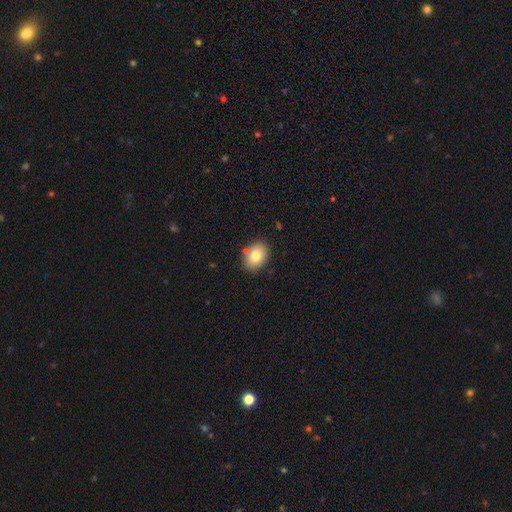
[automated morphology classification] Smooth or featured: smooth — 78% (featured or disk — 13%)
How rounded: in between — 67% (round — 32%)
Merging: none — 82% (minor disturbance — 11%)